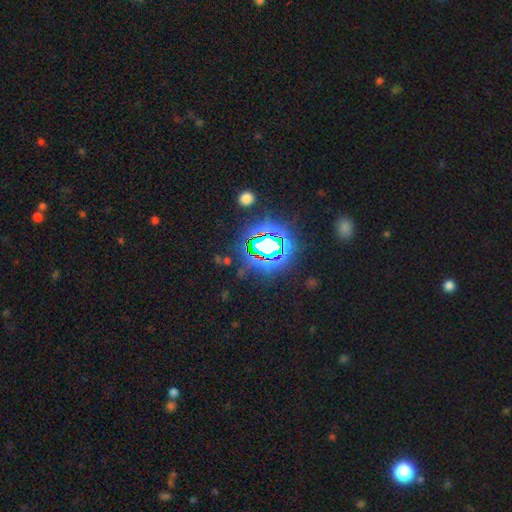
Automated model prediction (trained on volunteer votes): This appears to be a star or artifact, not a galaxy (84%).